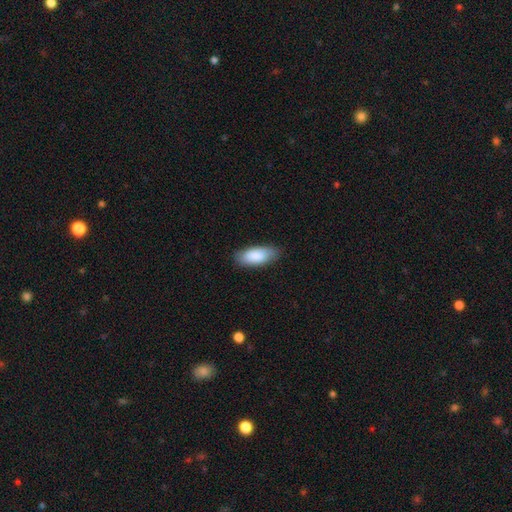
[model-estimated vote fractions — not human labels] smooth_or_featured: smooth (p=0.88) [alt: featured or disk p=0.07]
how_rounded: in between (p=0.85) [alt: cigar-shaped p=0.14]
merging: none (p=0.82) [alt: minor disturbance p=0.14]